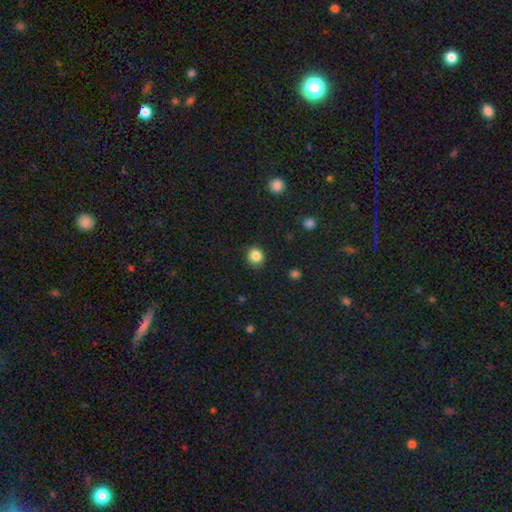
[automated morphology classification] smooth_or_featured: smooth (p=0.85) [alt: star or artifact p=0.11]
how_rounded: round (p=0.86) [alt: in between p=0.13]
merging: none (p=0.90) [alt: minor disturbance p=0.07]